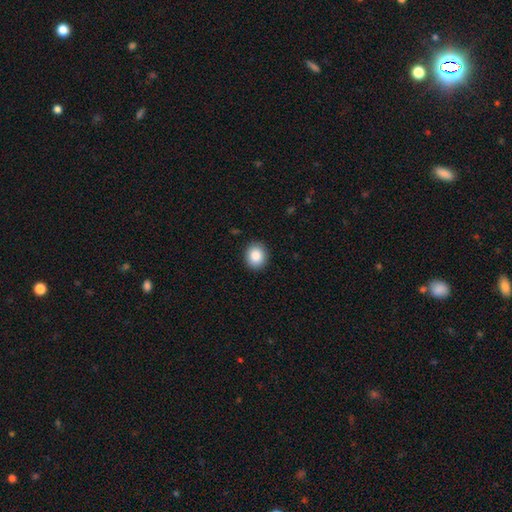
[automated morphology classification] A smooth galaxy with no disk features (86%) that is round (74%). Merging: none (90%).